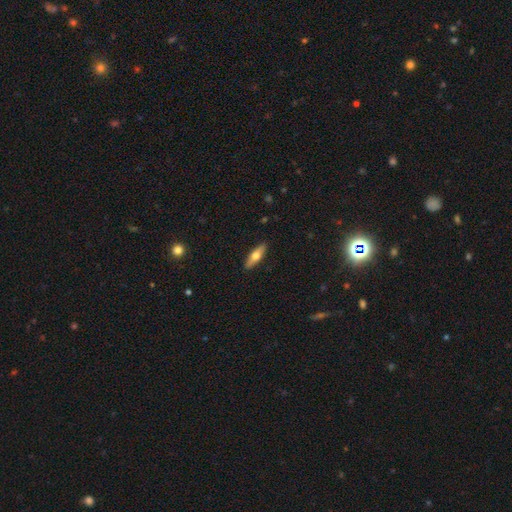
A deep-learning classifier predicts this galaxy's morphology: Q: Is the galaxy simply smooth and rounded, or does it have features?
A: smooth — 50%.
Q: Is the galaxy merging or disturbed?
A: none — 90%.